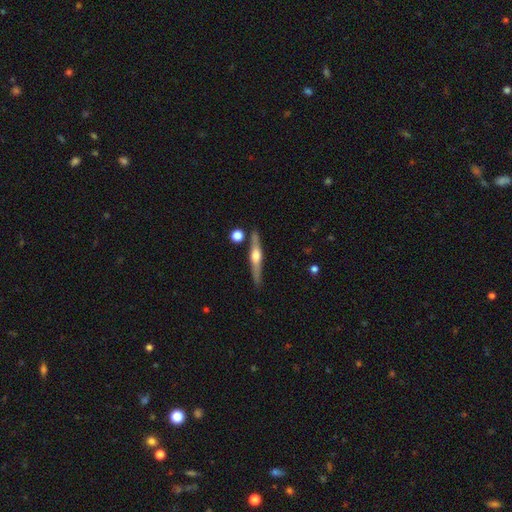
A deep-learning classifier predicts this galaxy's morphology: This is likely a featured or disk galaxy (72%). It is clearly viewed edge-on (97%). Edge-on bulge: clearly rounded (91%). Merging: clearly none (84%).